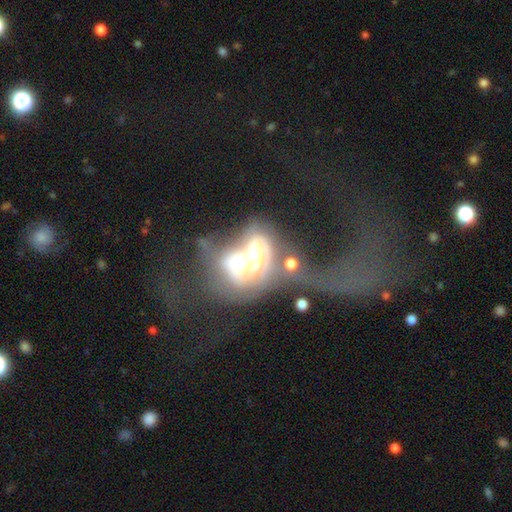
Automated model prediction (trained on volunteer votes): Smooth or featured?
  - featured or disk: 61% *
  - smooth: 28%
  - star or artifact: 11%
Edge-on disk?
  - no: 95% *
  - yes: 5%
Bar?
  - no: 65% *
  - weak: 23%
  - strong: 12%
Spiral arms?
  - yes: 58% *
  - no: 42%
Bulge size?
  - moderate: 51% *
  - large: 24%
  - small: 12%
  - dominant: 6%
  - none: 6%
Merging?
  - merger: 74% *
  - major disturbance: 13%
  - none: 9%
  - minor disturbance: 5%